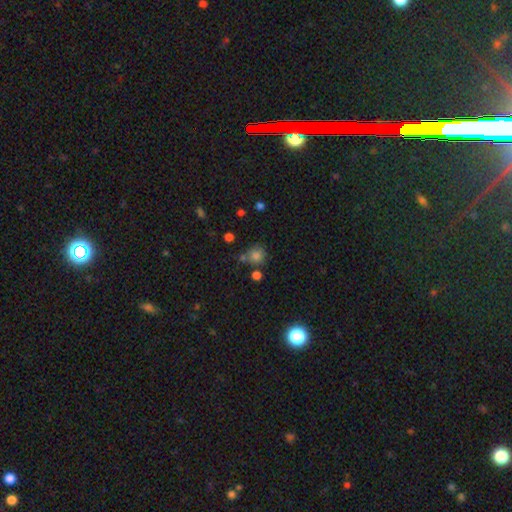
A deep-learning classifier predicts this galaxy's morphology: Smooth or featured? smooth (77%)
How rounded? round (85%)
Merging? none (63%)